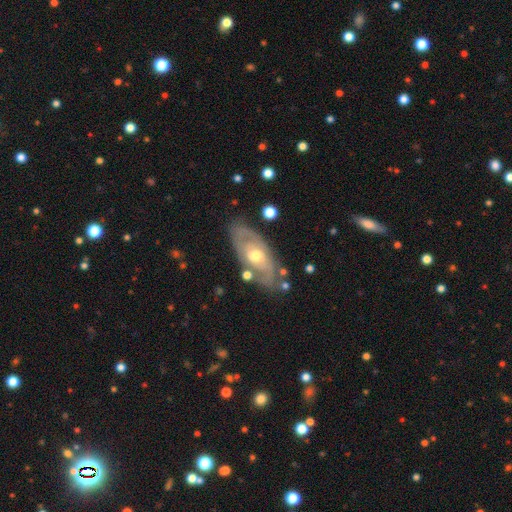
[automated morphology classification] A featured or disk galaxy (73%) with no bar (62%), spiral arms (61%) and a moderate central bulge (70%).

Vote fractions:
- Smooth or featured? featured or disk: 73% / smooth: 22% / star or artifact: 5%
- Edge-on disk? no: 86% / yes: 14%
- Bar? no: 62% / weak: 29% / strong: 8%
- Spiral arms? yes: 61% / no: 39%
- Bulge size? moderate: 70% / small: 21% / large: 6% / none: 1% / dominant: 1%
- Merging? none: 72% / minor disturbance: 17% / major disturbance: 6% / merger: 4%